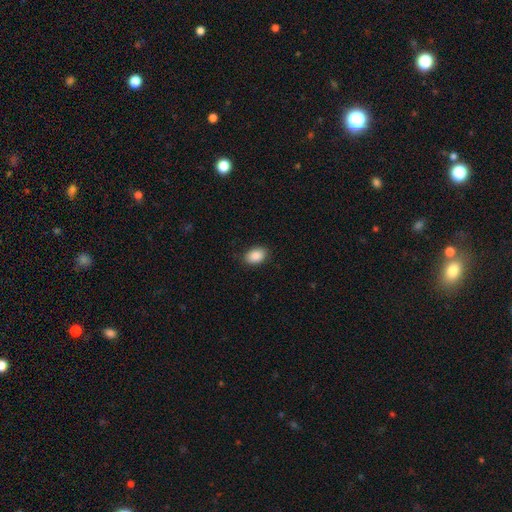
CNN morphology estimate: This appears to be a smooth galaxy with no disk features (90%) that is in between round and cigar-shaped (84%). Merging: none (87%).